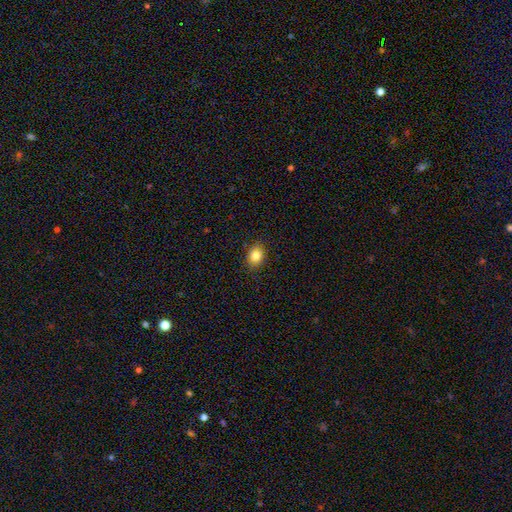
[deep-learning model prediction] smooth_or_featured: smooth (p=0.84) [alt: star or artifact p=0.10]
how_rounded: in between (p=0.58) [alt: round p=0.41]
merging: none (p=0.88) [alt: minor disturbance p=0.09]